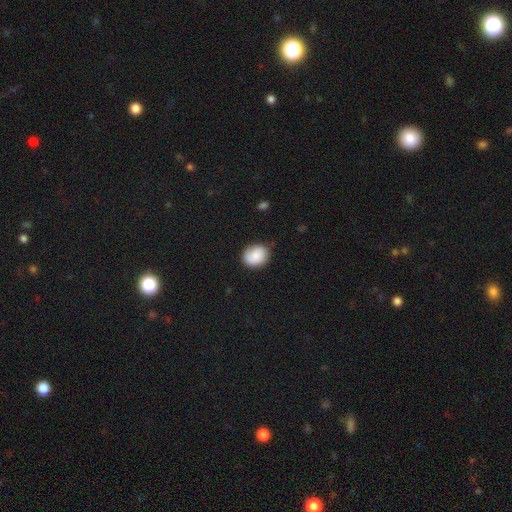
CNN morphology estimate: Smooth or featured? smooth (79%)
How rounded? round (60%)
Merging? none (78%)